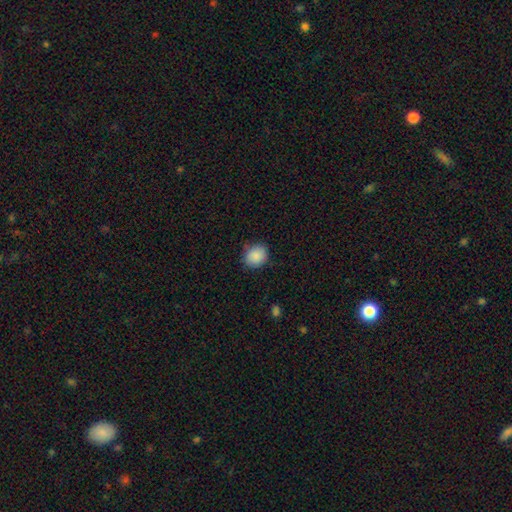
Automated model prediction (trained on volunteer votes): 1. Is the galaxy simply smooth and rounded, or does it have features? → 88% smooth, 8% star or artifact, 4% featured or disk.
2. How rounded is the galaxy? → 73% round, 27% in between, 1% cigar-shaped.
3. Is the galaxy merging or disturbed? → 82% none, 14% minor disturbance, 3% major disturbance, 1% merger.